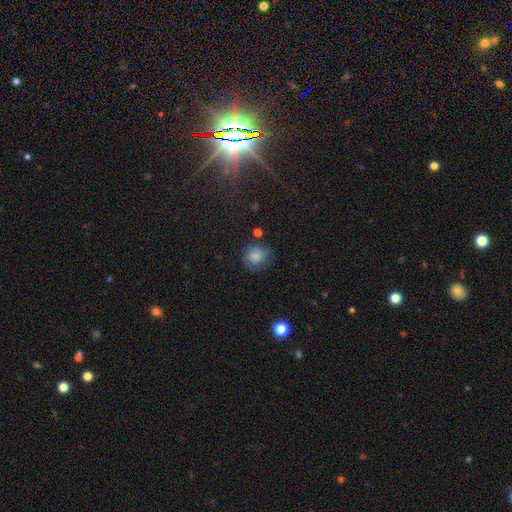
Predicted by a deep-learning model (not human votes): Smooth or featured? smooth (78%)
How rounded? round (81%)
Merging? none (65%)